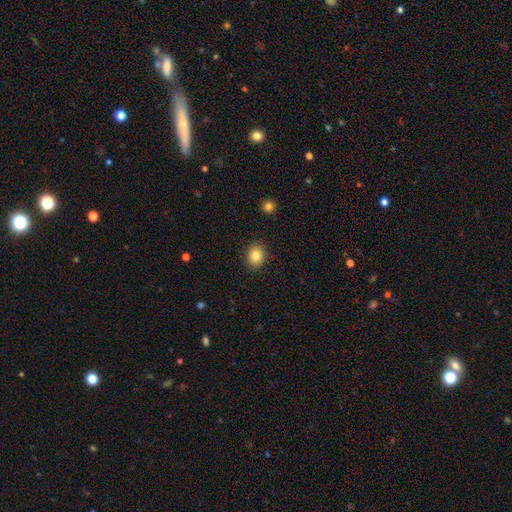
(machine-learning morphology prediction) A smooth galaxy with no disk features (84%) that is round (64%). Merging: none (90%).